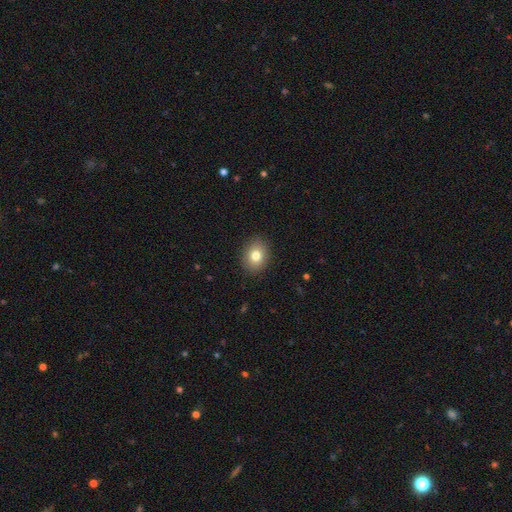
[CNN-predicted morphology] Smooth or featured?
  - smooth: 80% *
  - featured or disk: 10%
  - star or artifact: 10%
How rounded?
  - in between: 50% *
  - round: 49%
  - cigar-shaped: 1%
Merging?
  - none: 89% *
  - minor disturbance: 8%
  - major disturbance: 2%
  - merger: 1%